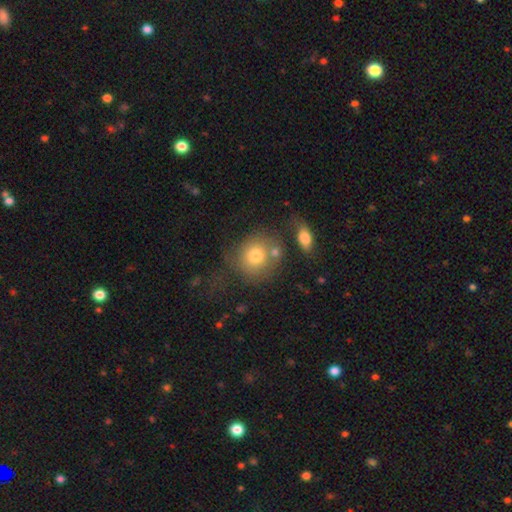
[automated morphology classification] Smooth or featured?
  - smooth: 72% *
  - featured or disk: 18%
  - star or artifact: 10%
How rounded?
  - round: 81% *
  - in between: 18%
  - cigar-shaped: 1%
Merging?
  - none: 49% *
  - merger: 22%
  - minor disturbance: 17%
  - major disturbance: 13%